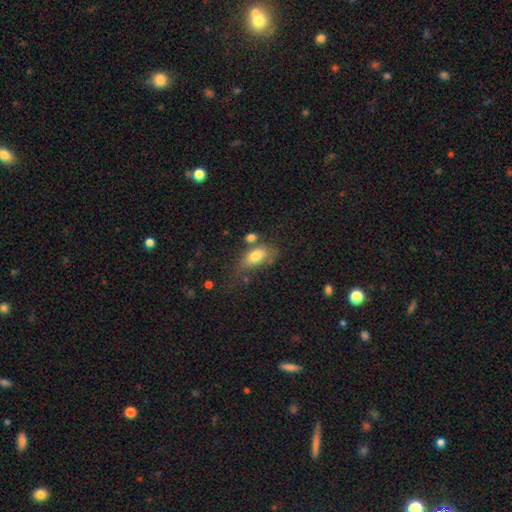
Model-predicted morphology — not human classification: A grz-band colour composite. It shows a smooth galaxy with no disk features (77%) that is in between round and cigar-shaped (89%). Merging: none (47%).